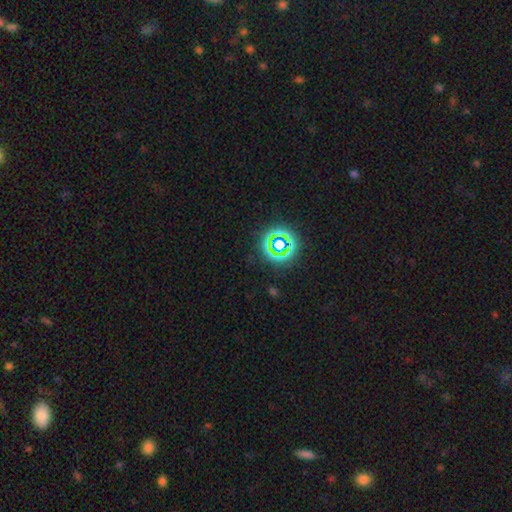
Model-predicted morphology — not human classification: Smooth or featured? Predicted: star or artifact (p=0.61).